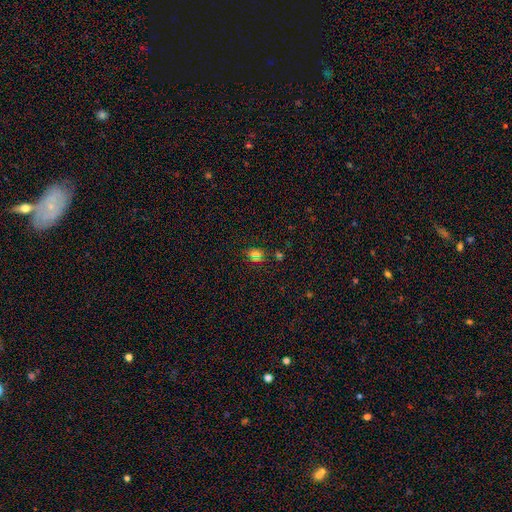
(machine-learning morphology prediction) Smooth or featured?
  - smooth: 52% *
  - star or artifact: 39%
  - featured or disk: 9%
How rounded?
  - round: 49% *
  - in between: 48%
  - cigar-shaped: 3%
Merging?
  - none: 80% *
  - minor disturbance: 11%
  - major disturbance: 5%
  - merger: 4%